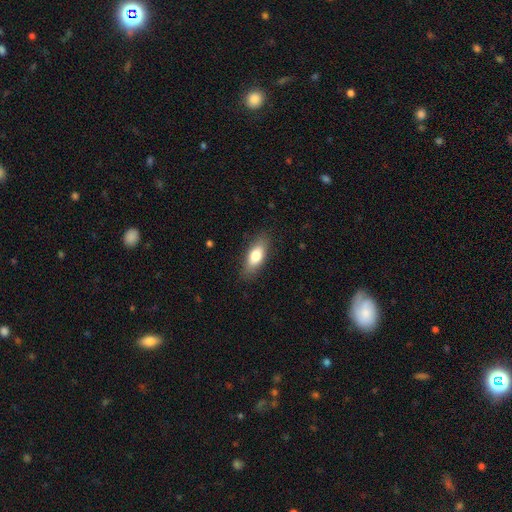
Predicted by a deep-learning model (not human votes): Smooth or featured: smooth — 77% (featured or disk — 17%)
How rounded: in between — 75% (cigar-shaped — 22%)
Merging: none — 84% (minor disturbance — 12%)